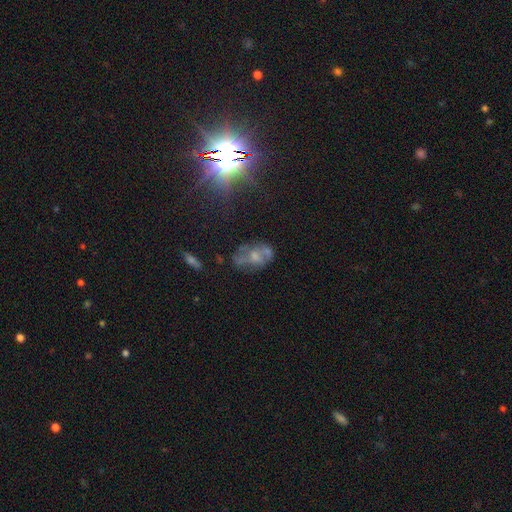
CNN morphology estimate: smooth-or-featured: featured or disk: 51% | smooth: 29% | star or artifact: 20%
  disk-edge-on: no: 94% | yes: 6%
  merging: none: 51% | minor disturbance: 21% | major disturbance: 16% | merger: 11%